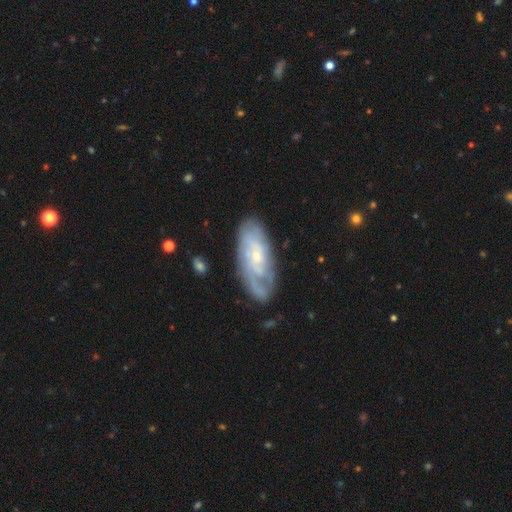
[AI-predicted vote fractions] This is likely a featured or disk galaxy (74%). It is clearly not viewed edge-on (91%). Bar: likely no (67%). Spiral arm pattern: clearly yes (87%). Spiral arm count: possibly can't tell (51%). Spiral winding: possibly tight (56%). Central bulge: likely small (74%). Merging: likely none (72%).